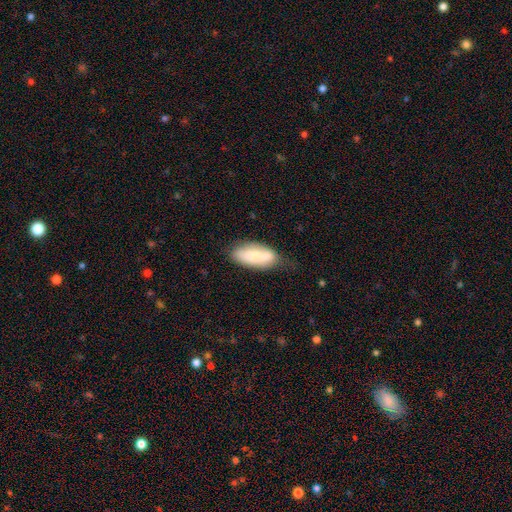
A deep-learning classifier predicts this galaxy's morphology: Smooth or featured?
  - smooth: 71% *
  - featured or disk: 22%
  - star or artifact: 7%
How rounded?
  - in between: 83% *
  - cigar-shaped: 15%
  - round: 2%
Merging?
  - none: 60% *
  - minor disturbance: 30%
  - major disturbance: 7%
  - merger: 3%